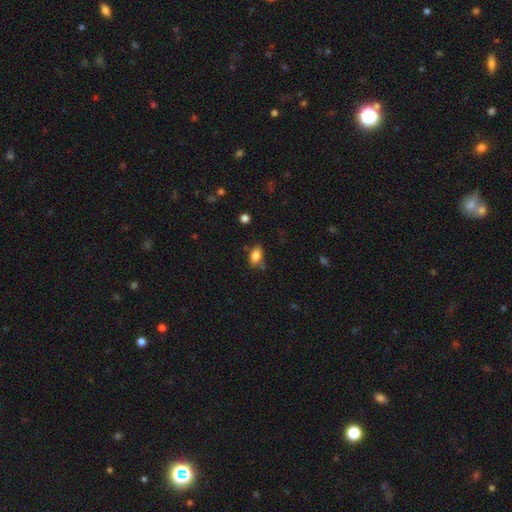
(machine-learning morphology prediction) A smooth galaxy with no disk features (85%) that is in between round and cigar-shaped (89%). Merging: none (71%).